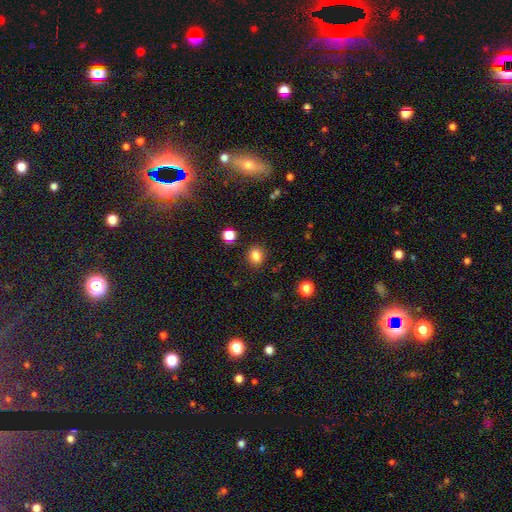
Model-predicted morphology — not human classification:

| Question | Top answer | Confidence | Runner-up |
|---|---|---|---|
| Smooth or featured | smooth | 83% | star or artifact (12%) |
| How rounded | round | 61% | in between (38%) |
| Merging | none | 87% | minor disturbance (8%) |